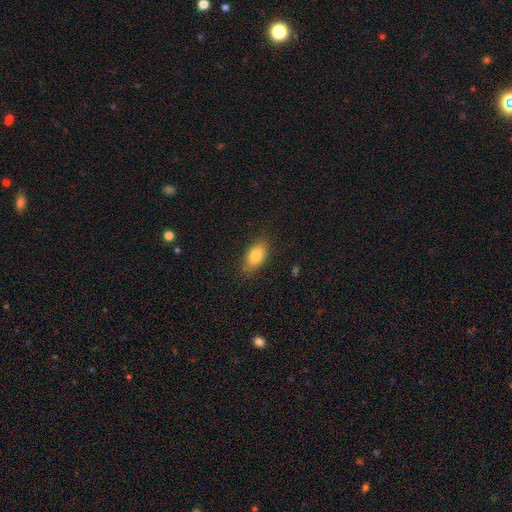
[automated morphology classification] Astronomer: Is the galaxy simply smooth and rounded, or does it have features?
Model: smooth — 79%.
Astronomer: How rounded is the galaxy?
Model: in between — 87%.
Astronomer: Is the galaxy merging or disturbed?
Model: none — 82%.